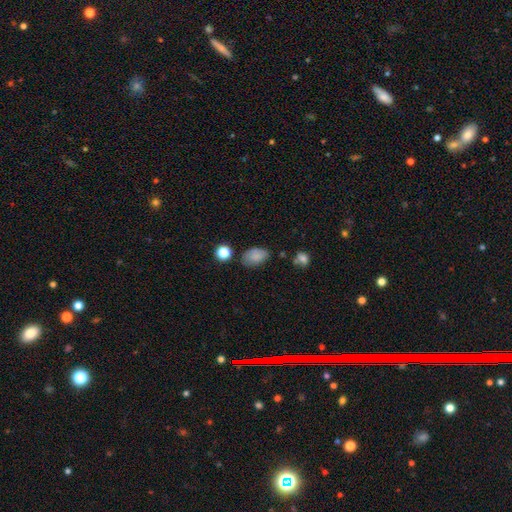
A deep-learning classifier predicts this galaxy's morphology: Overall: smooth (82%). How rounded: in between (88%). Merging: none (67%).